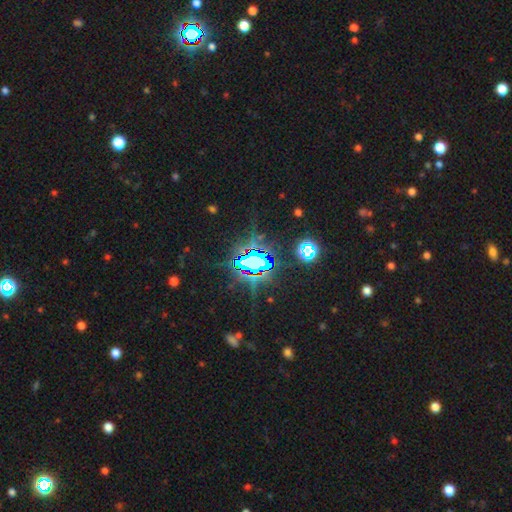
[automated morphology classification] This appears to be a star or artifact, not a galaxy (83%).